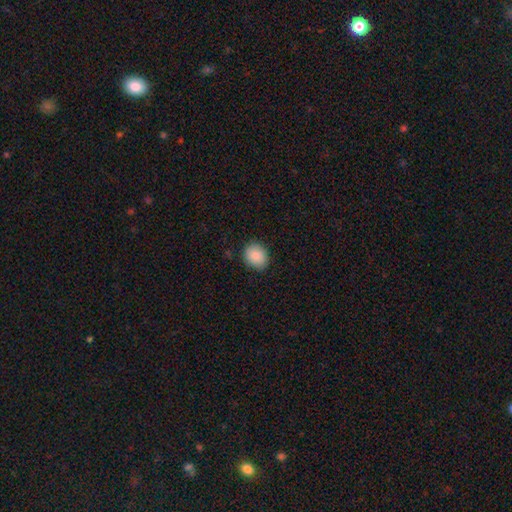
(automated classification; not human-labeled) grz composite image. It shows a smooth galaxy with no disk features (87%) that is round (58%). Merging: none (86%).